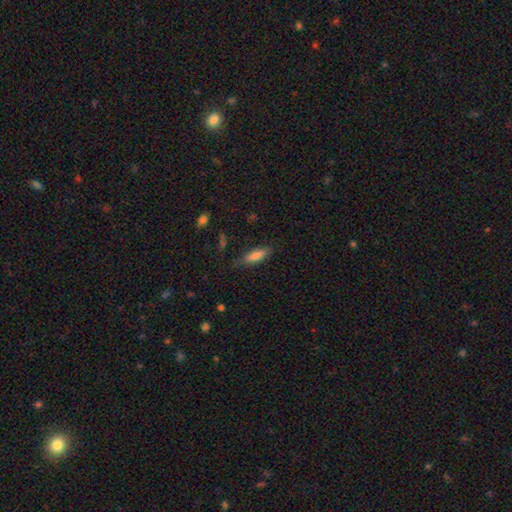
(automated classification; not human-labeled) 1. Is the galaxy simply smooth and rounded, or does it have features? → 80% smooth, 13% featured or disk, 7% star or artifact.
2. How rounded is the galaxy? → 50% in between, 49% cigar-shaped, 2% round.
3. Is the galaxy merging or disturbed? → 74% none, 19% minor disturbance, 5% major disturbance, 2% merger.